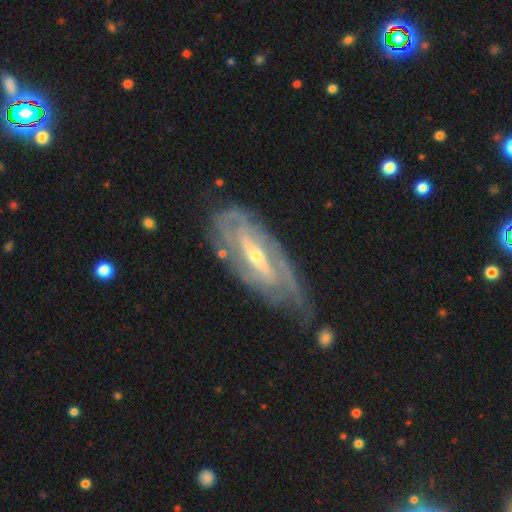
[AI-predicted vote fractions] Smooth or featured?
  - featured or disk: 85% *
  - smooth: 9%
  - star or artifact: 6%
Edge-on disk?
  - no: 87% *
  - yes: 13%
Bar?
  - strong: 44% *
  - weak: 37%
  - no: 19%
Spiral arms?
  - yes: 90% *
  - no: 10%
Spiral winding?
  - tight: 60% *
  - medium: 30%
  - loose: 10%
Spiral arm count?
  - 2: 40% *
  - can't tell: 37%
  - 3: 10%
  - 1: 5%
  - 4: 5%
  - more than 4: 3%
Bulge size?
  - small: 58% *
  - moderate: 39%
  - large: 2%
  - none: 1%
  - dominant: 1%
Merging?
  - none: 59% *
  - minor disturbance: 27%
  - major disturbance: 11%
  - merger: 3%